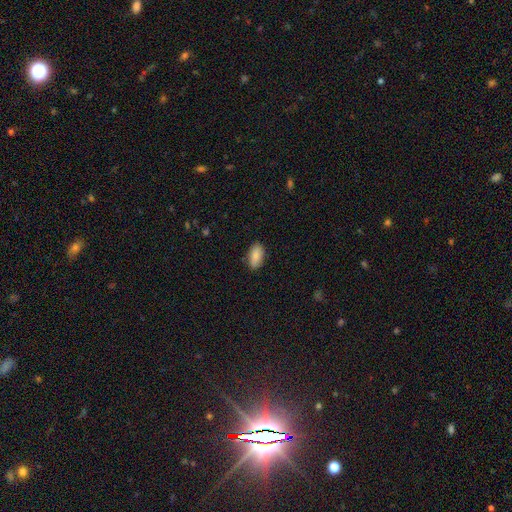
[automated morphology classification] The model was most divided on "merging": none: 85%, minor disturbance: 11%, major disturbance: 2%, merger: 1%. More confident: how rounded — in between (91%); smooth or featured — smooth (87%).